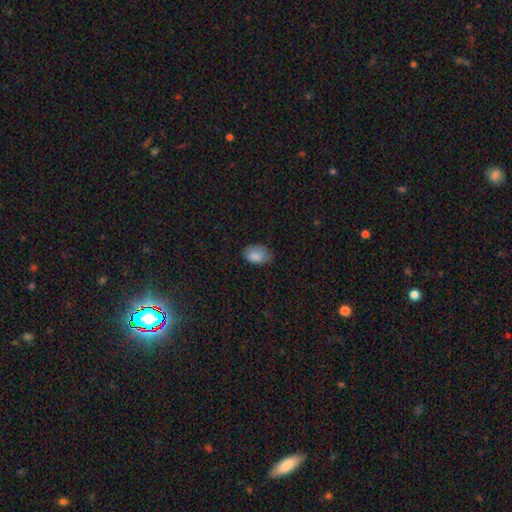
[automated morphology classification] Smooth or featured? Predicted: smooth (p=0.86). How rounded? Predicted: in between (p=0.88). Merging? Predicted: none (p=0.69).